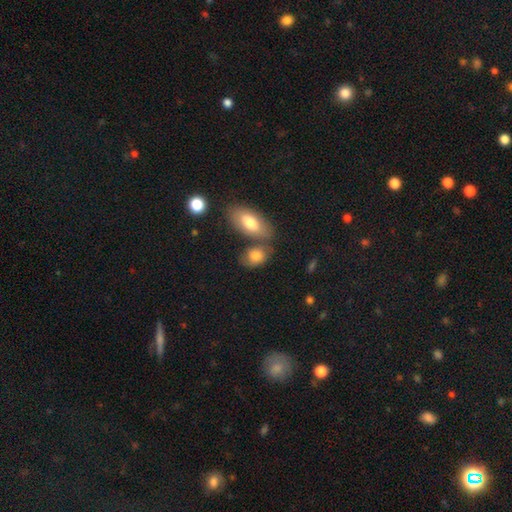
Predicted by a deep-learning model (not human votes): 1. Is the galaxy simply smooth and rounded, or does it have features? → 81% smooth, 12% featured or disk, 7% star or artifact.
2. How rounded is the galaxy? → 75% in between, 22% round, 3% cigar-shaped.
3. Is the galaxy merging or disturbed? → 50% none, 26% merger, 17% minor disturbance, 6% major disturbance.